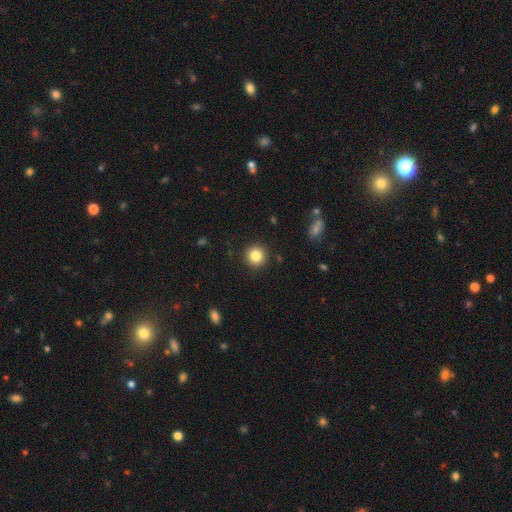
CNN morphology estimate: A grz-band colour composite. It shows a smooth galaxy with no disk features (84%) that is round (94%). Merging: none (91%).